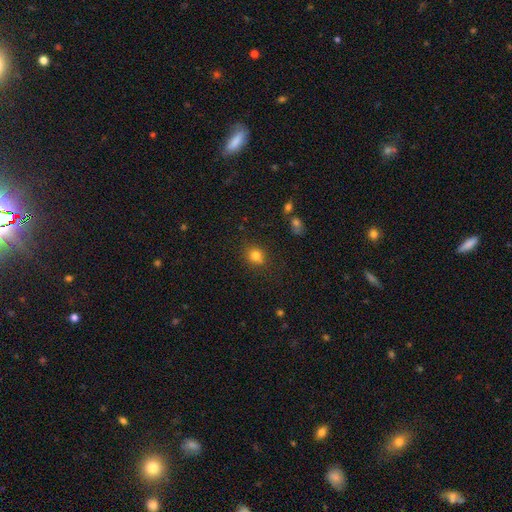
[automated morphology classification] This appears to be a smooth galaxy with no disk features (79%) that is round (71%). Merging: none (77%).